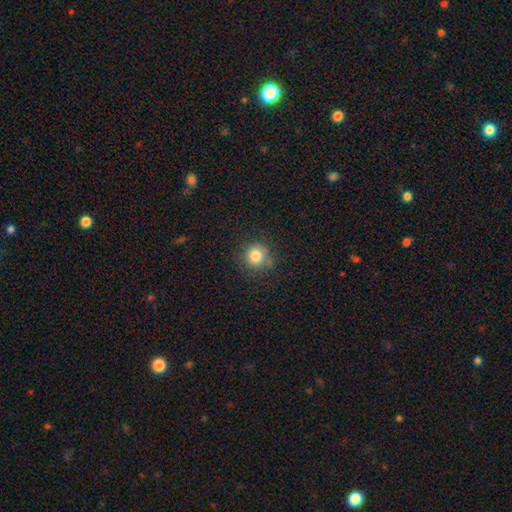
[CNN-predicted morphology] This is clearly a smooth galaxy (82%). How rounded: clearly round (92%). Merging: clearly none (80%).